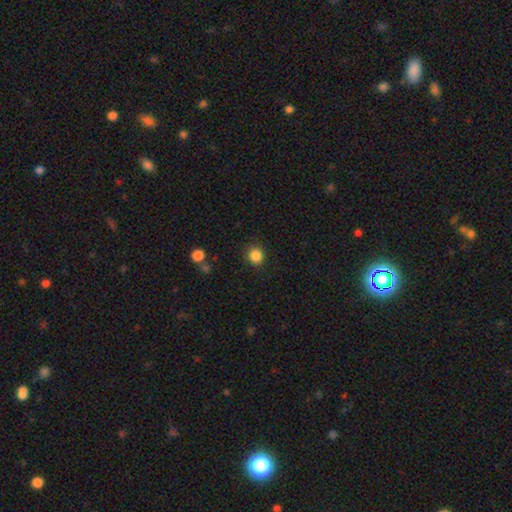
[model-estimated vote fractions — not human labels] smooth_or_featured: smooth (p=0.86) [alt: star or artifact p=0.11]
how_rounded: round (p=0.91) [alt: in between p=0.08]
merging: none (p=0.90) [alt: minor disturbance p=0.06]